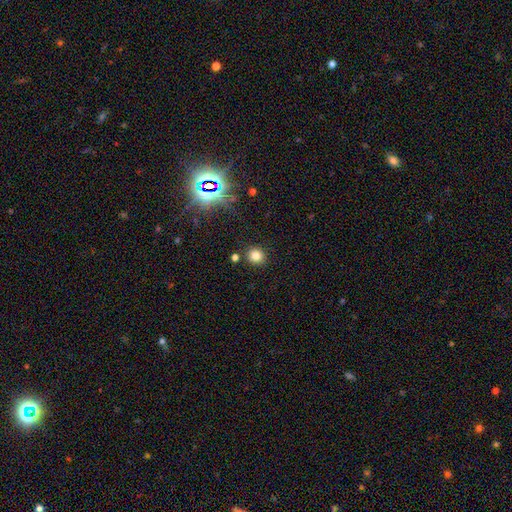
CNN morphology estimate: A smooth galaxy with no disk features (80%) that is round (88%).

Vote fractions:
- Smooth or featured? smooth: 80% / star or artifact: 15% / featured or disk: 6%
- How rounded? round: 88% / in between: 11% / cigar-shaped: 1%
- Merging? none: 87% / minor disturbance: 7% / merger: 4% / major disturbance: 2%